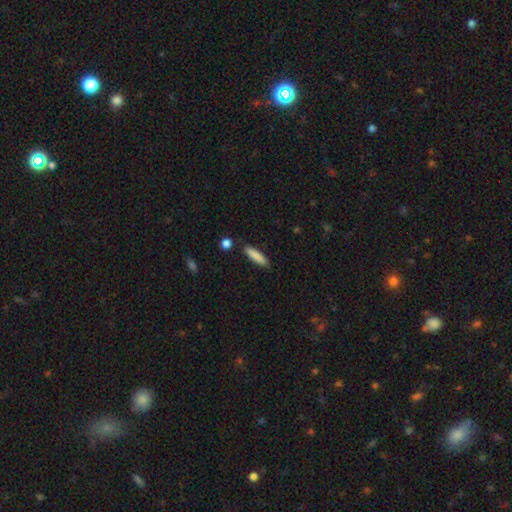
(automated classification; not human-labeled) smooth_or_featured: smooth (p=0.85) [alt: featured or disk p=0.09]
how_rounded: cigar-shaped (p=0.79) [alt: in between p=0.20]
merging: none (p=0.86) [alt: minor disturbance p=0.09]